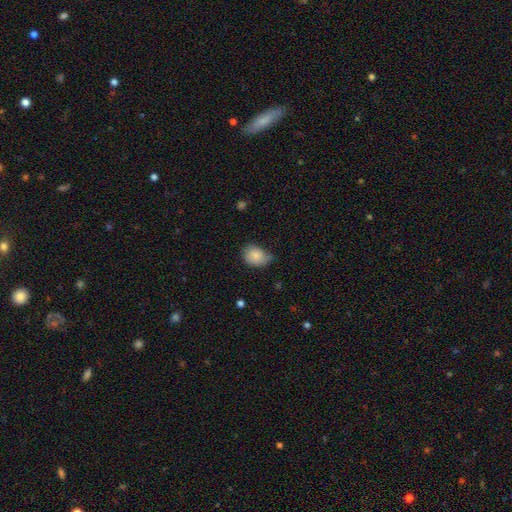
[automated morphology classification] Smooth or featured? Predicted: smooth (p=0.81). How rounded? Predicted: in between (p=0.56). Merging? Predicted: none (p=0.49).